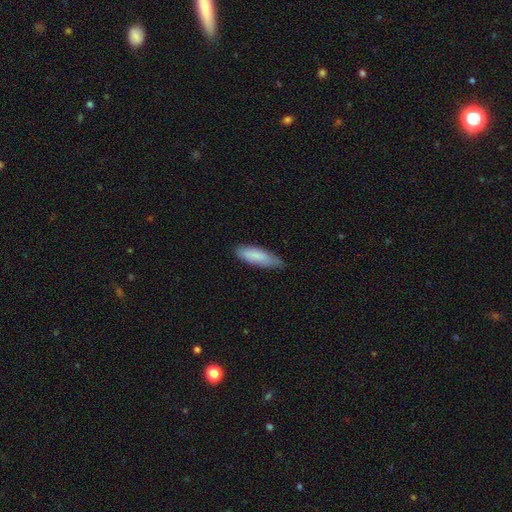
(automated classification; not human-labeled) A smooth galaxy with no disk features (85%) that is cigar-shaped (51%). Merging: none (73%).